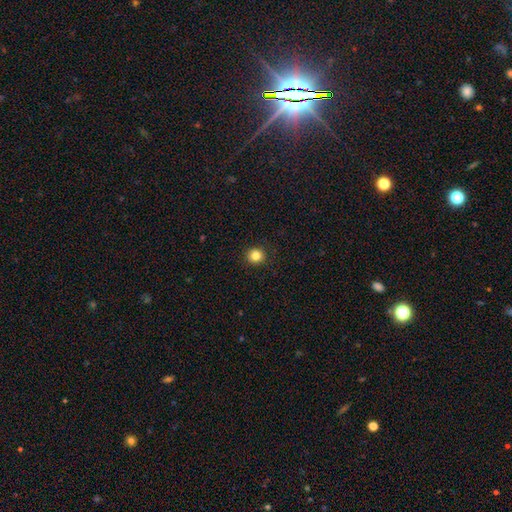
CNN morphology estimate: A smooth galaxy with no disk features (83%) that is round (93%).

Vote fractions:
- Smooth or featured? smooth: 83% / star or artifact: 12% / featured or disk: 5%
- How rounded? round: 93% / in between: 6% / cigar-shaped: 1%
- Merging? none: 93% / minor disturbance: 5% / major disturbance: 2% / merger: 1%